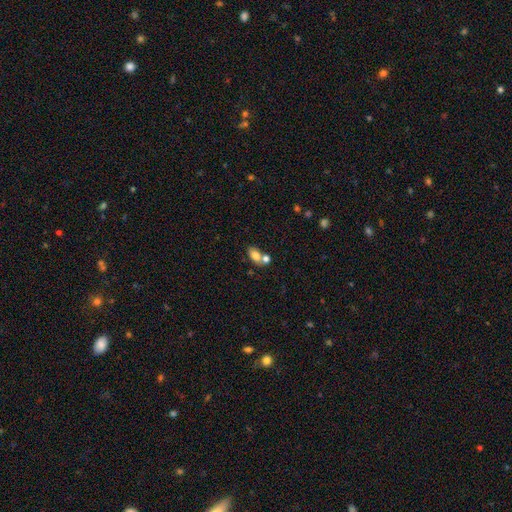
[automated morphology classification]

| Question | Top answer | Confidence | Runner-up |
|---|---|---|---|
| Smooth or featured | smooth | 78% | featured or disk (13%) |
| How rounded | in between | 87% | round (10%) |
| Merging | none | 44% | merger (41%) |